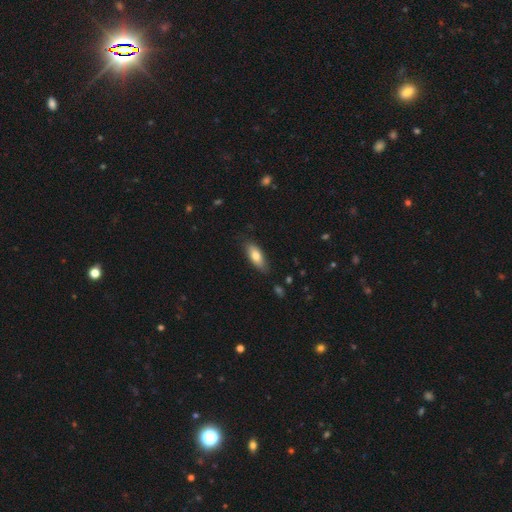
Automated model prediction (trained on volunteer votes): This is likely a smooth galaxy (76%). How rounded: likely in between (76%). Merging: clearly none (80%).